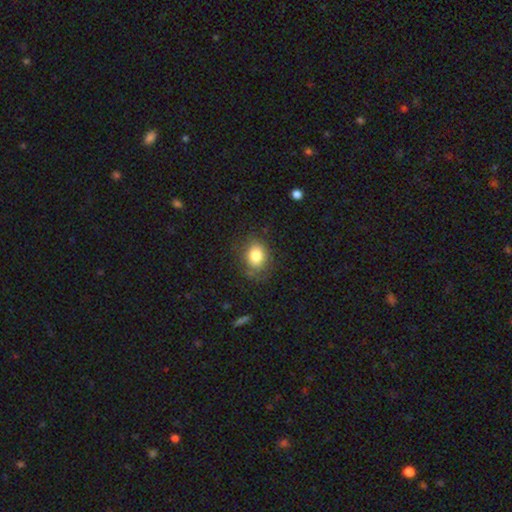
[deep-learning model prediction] smooth-or-featured: smooth: 80% | featured or disk: 11% | star or artifact: 9%
  how-rounded: in between: 51% | round: 48% | cigar-shaped: 1%
  merging: none: 70% | minor disturbance: 20% | major disturbance: 8% | merger: 2%